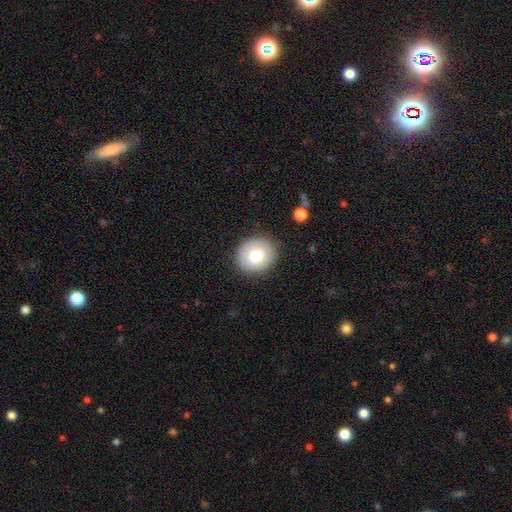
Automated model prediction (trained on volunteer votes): The model was most divided on "how rounded": round: 68%, in between: 31%, cigar-shaped: 1%. More confident: merging — none (84%); smooth or featured — smooth (71%).